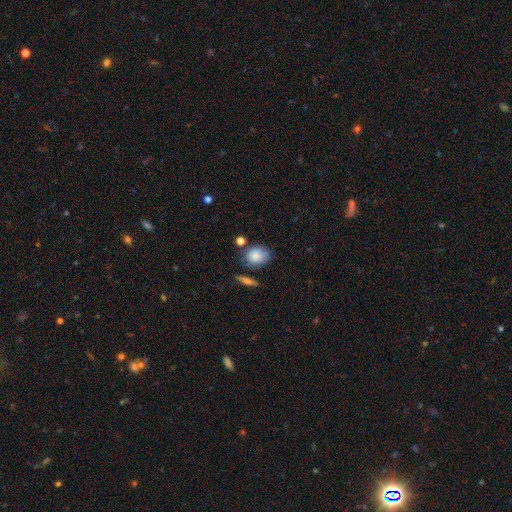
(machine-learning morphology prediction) The model was most divided on "how rounded": round: 55%, in between: 43%, cigar-shaped: 2%. More confident: smooth or featured — smooth (83%); merging — none (62%).